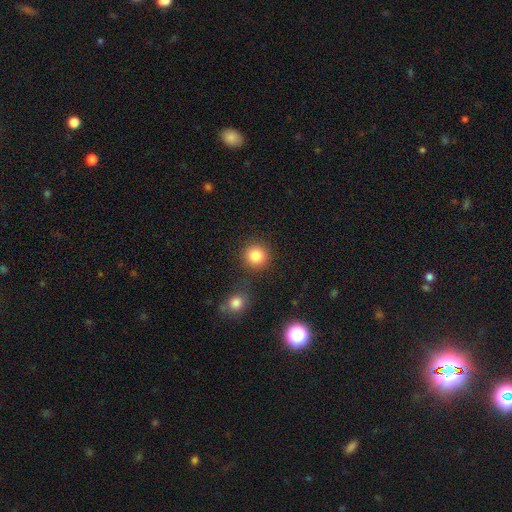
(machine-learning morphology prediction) Smooth or featured: smooth — 85% (star or artifact — 10%)
How rounded: round — 92% (in between — 7%)
Merging: none — 84% (minor disturbance — 7%)